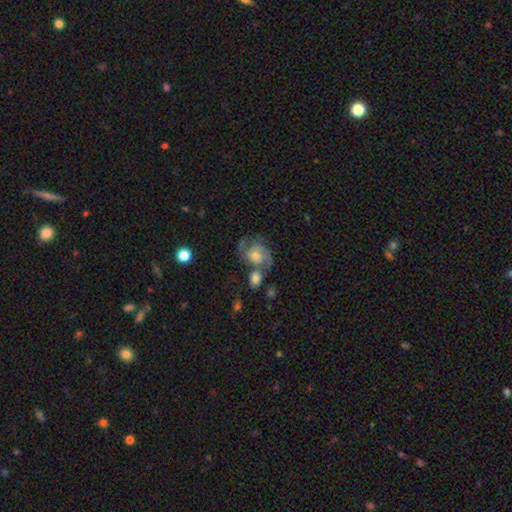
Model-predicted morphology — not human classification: A featured or disk galaxy (76%) with no bar (69%), 2 (58%) medium (51%) spiral arms (94%) and a moderate central bulge (52%).

Vote fractions:
- Smooth or featured? featured or disk: 76% / smooth: 15% / star or artifact: 9%
- Edge-on disk? no: 98% / yes: 2%
- Bar? no: 69% / weak: 27% / strong: 5%
- Spiral arms? yes: 94% / no: 6%
- Spiral winding? medium: 51% / tight: 31% / loose: 18%
- Spiral arm count? 2: 58% / 3: 19% / can't tell: 12% / 1: 5% / 4: 4% / more than 4: 3%
- Bulge size? moderate: 52% / small: 32% / large: 10% / none: 5% / dominant: 2%
- Merging? none: 50% / merger: 20% / minor disturbance: 17% / major disturbance: 13%